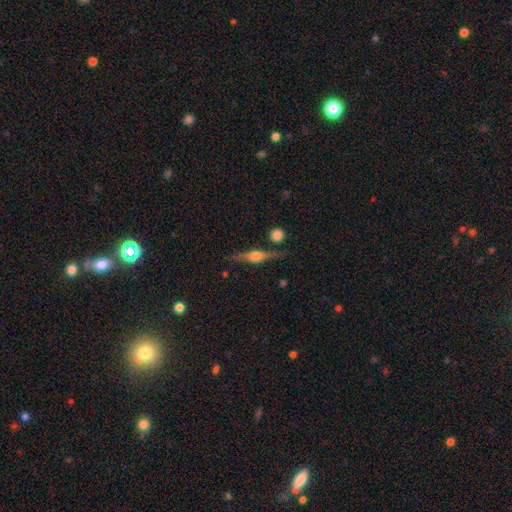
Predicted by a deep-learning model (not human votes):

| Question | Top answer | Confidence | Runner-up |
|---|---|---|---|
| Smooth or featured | featured or disk | 78% | smooth (15%) |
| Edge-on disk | yes | 97% | no (3%) |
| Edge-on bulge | rounded | 87% | boxy (11%) |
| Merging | none | 82% | minor disturbance (11%) |